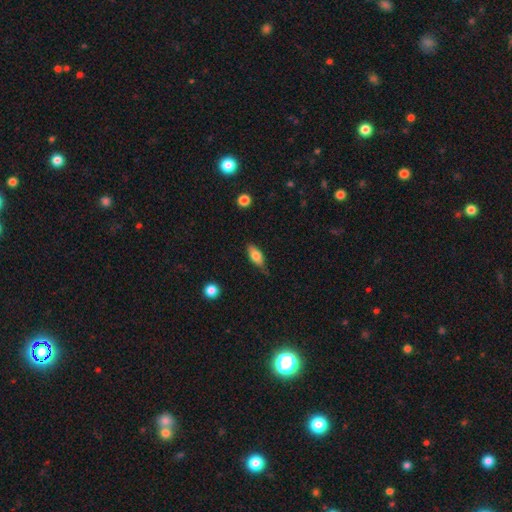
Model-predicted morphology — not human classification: Overall: smooth (74%). How rounded: in between (80%). Merging: none (69%).